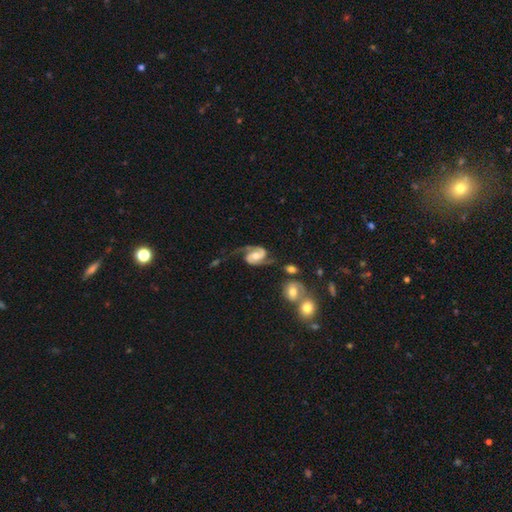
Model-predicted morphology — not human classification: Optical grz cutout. It shows a featured or disk galaxy (89%) with no bar (44%), 2 (93%) medium (52%) spiral arms (97%) and a moderate central bulge (65%). Merging: none (62%).